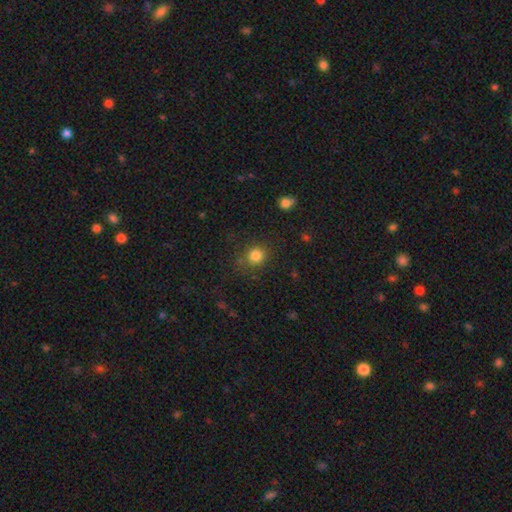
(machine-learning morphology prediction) Smooth or featured: smooth — 82% (star or artifact — 13%)
How rounded: round — 83% (in between — 16%)
Merging: none — 81% (minor disturbance — 11%)